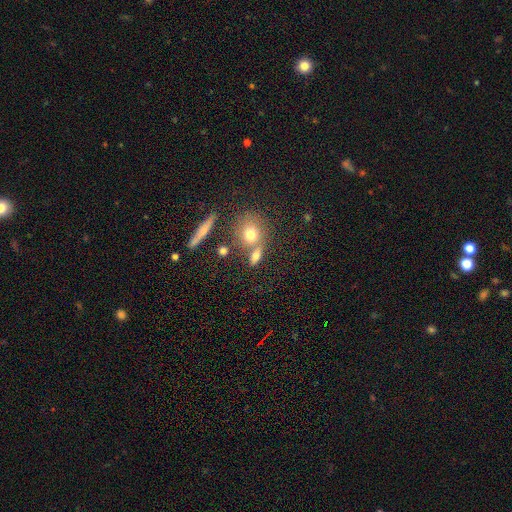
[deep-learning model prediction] A smooth galaxy with no disk features (68%) that is in between round and cigar-shaped (48%). Merging: none (56%).